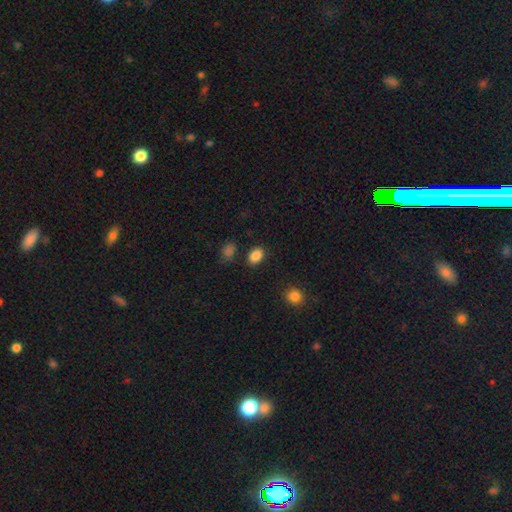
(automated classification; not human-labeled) This appears to be a smooth galaxy with no disk features (87%) that is in between round and cigar-shaped (80%). Merging: none (84%).